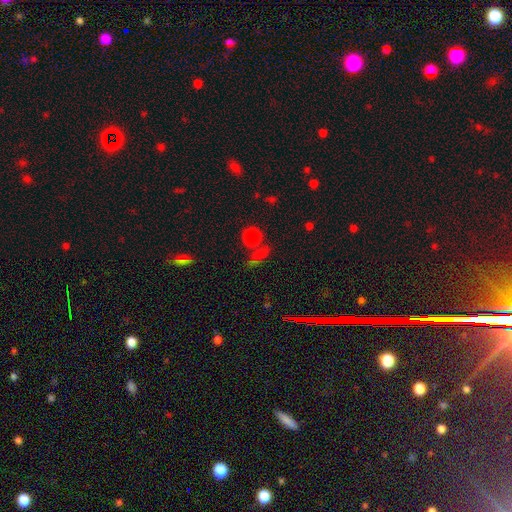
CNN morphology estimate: A smooth galaxy with no disk features (64%) that is round (67%). Merging: none (65%).